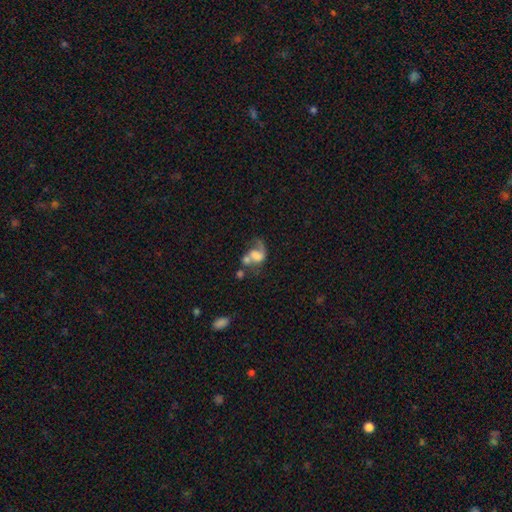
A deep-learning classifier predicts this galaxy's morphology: Smooth or featured? Predicted: featured or disk (p=0.46). Merging? Predicted: merger (p=0.40).